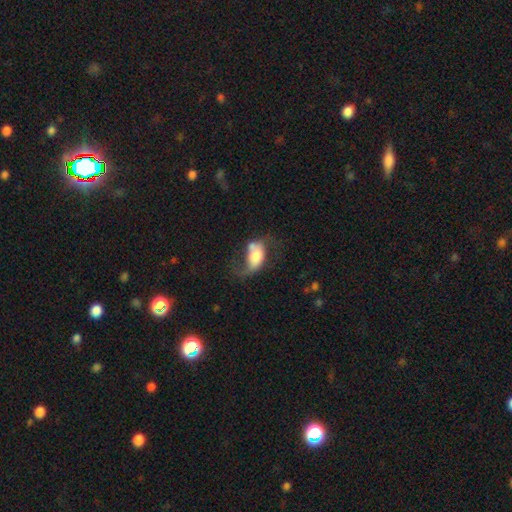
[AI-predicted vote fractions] A smooth galaxy with no disk features (49%).

Vote fractions:
- Smooth or featured? smooth: 49% / featured or disk: 43% / star or artifact: 8%
- Merging? major disturbance: 32% / none: 30% / minor disturbance: 23% / merger: 15%